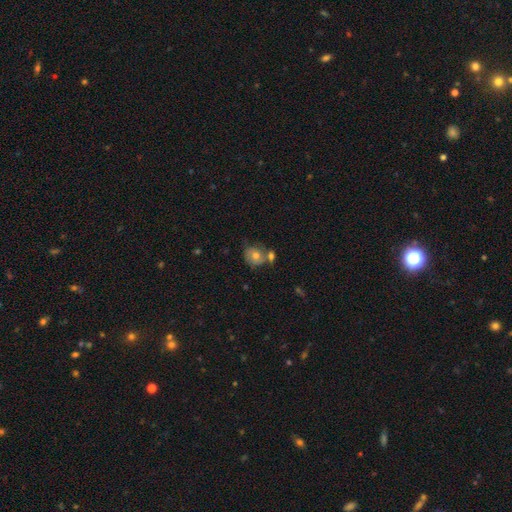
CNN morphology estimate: A smooth galaxy with no disk features (61%) that is round (70%). Merging: none (41%).